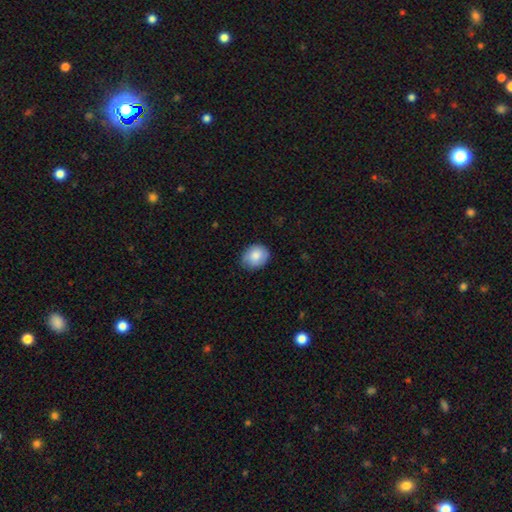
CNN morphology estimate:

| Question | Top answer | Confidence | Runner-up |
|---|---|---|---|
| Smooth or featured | smooth | 83% | featured or disk (11%) |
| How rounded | round | 57% | in between (42%) |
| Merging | none | 74% | minor disturbance (22%) |